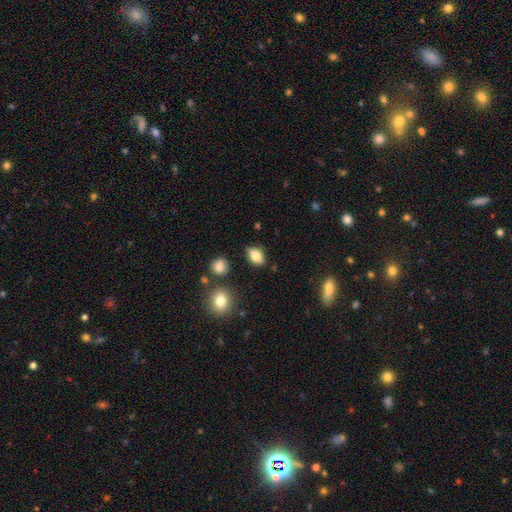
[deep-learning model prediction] Morphology: type=smooth (79%); roundness=in between (83%); merging=none (80%).